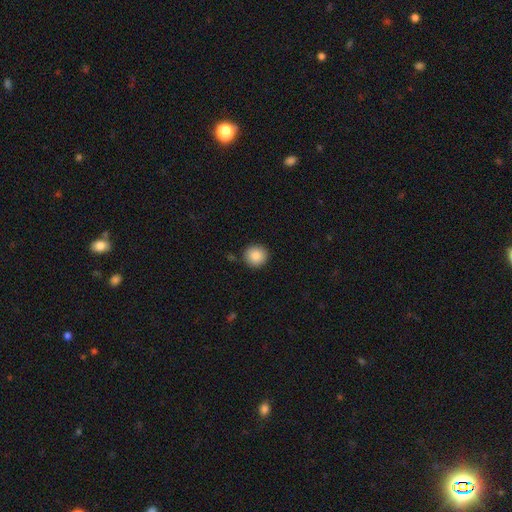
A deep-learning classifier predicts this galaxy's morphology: smooth 88%, star or artifact 8%, featured or disk 4%. Down the decision tree: how rounded — round (93%); merging — none (89%).